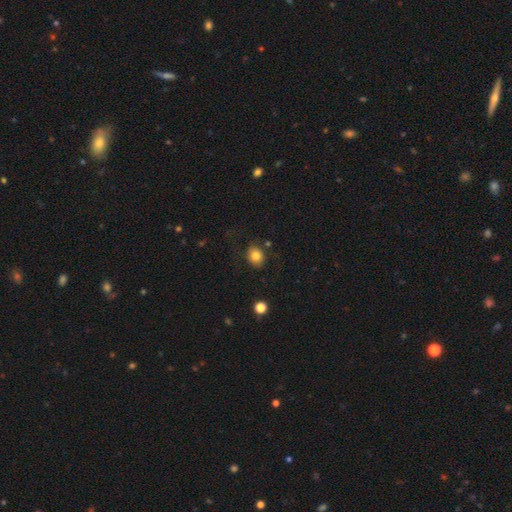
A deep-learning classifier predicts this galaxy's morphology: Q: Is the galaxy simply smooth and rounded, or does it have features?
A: smooth — 81%.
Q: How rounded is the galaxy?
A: round — 59%.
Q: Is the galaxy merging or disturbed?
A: none — 79%.